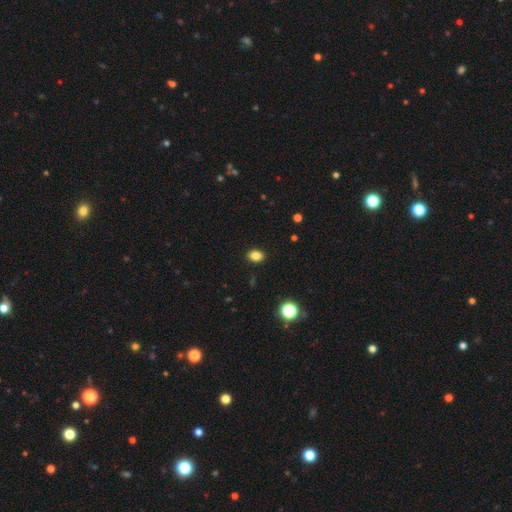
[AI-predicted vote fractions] smooth_or_featured: smooth (p=0.84) [alt: star or artifact p=0.11]
how_rounded: in between (p=0.71) [alt: round p=0.28]
merging: none (p=0.90) [alt: minor disturbance p=0.07]